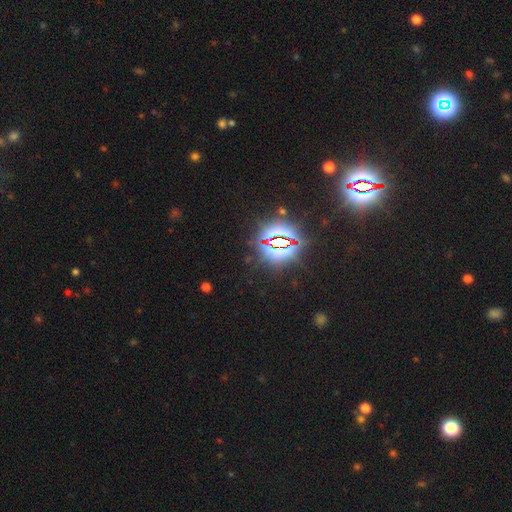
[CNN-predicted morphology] This appears to be a star or artifact, not a galaxy (84%).